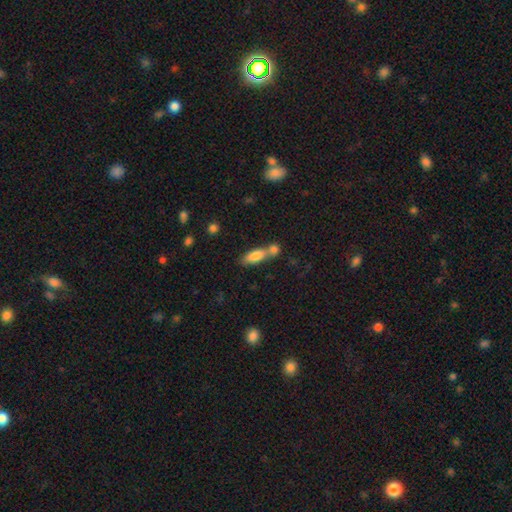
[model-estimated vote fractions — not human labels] The model was most divided on "merging": merger: 50%, none: 36%, minor disturbance: 10%, major disturbance: 4%. More confident: smooth or featured — smooth (79%); how rounded — in between (62%).